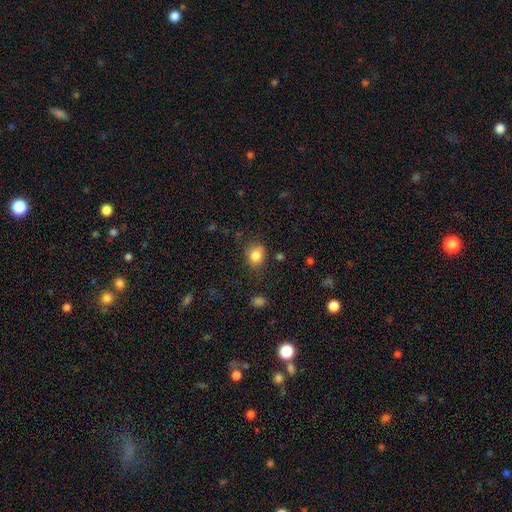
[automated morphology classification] Smooth or featured: smooth — 83% (star or artifact — 10%)
How rounded: round — 60% (in between — 39%)
Merging: none — 71% (minor disturbance — 21%)